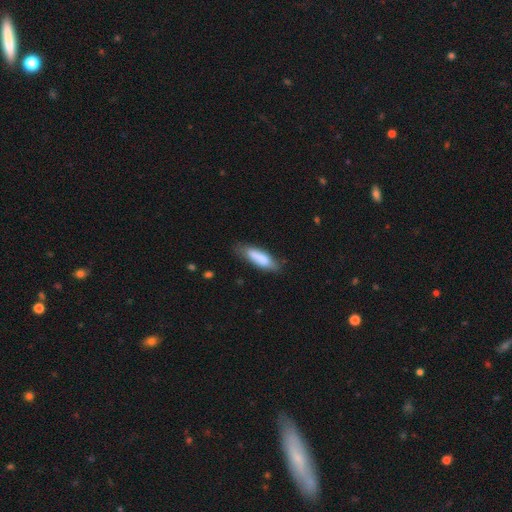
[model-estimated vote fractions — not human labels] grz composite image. It shows a smooth galaxy with no disk features (77%) that is cigar-shaped (58%). Merging: none (72%).